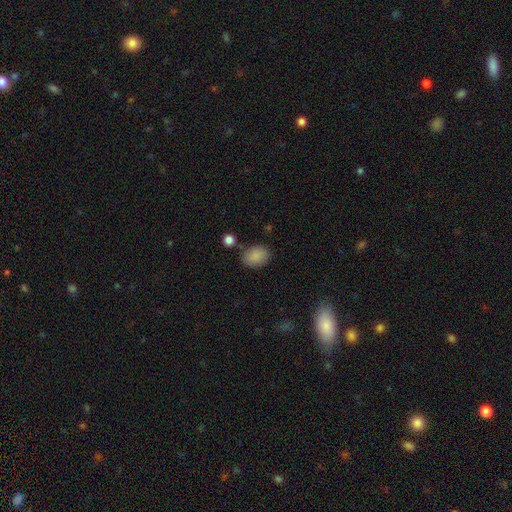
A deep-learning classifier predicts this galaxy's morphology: Smooth or featured? Predicted: smooth (p=0.88). How rounded? Predicted: in between (p=0.78). Merging? Predicted: none (p=0.79).